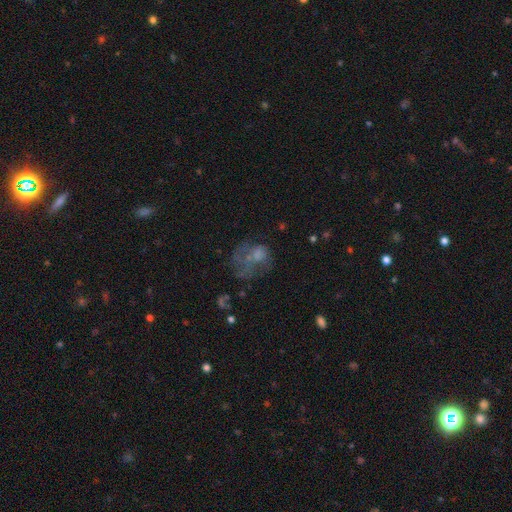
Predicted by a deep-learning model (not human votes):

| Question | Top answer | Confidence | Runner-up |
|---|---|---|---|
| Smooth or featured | featured or disk | 43% | smooth (40%) |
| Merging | major disturbance | 40% | none (31%) |